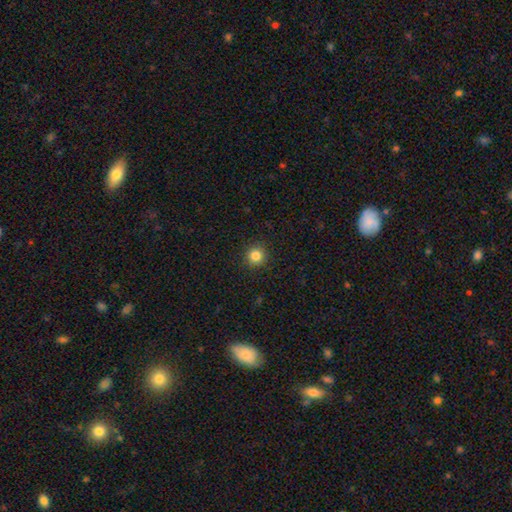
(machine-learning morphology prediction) type=smooth (84%); roundness=round (94%); merging=none (91%).